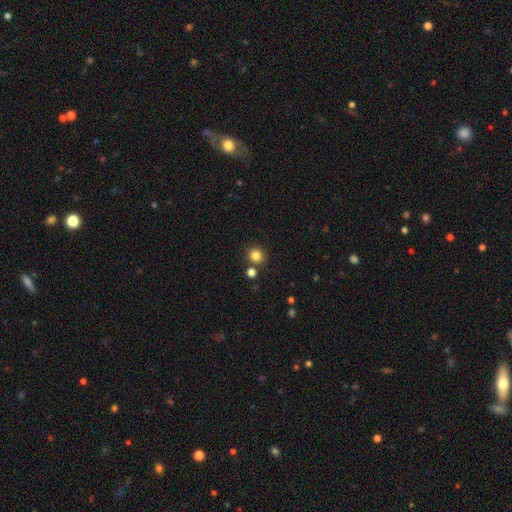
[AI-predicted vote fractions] A smooth galaxy with no disk features (83%) that is round (91%). Merging: none (82%).